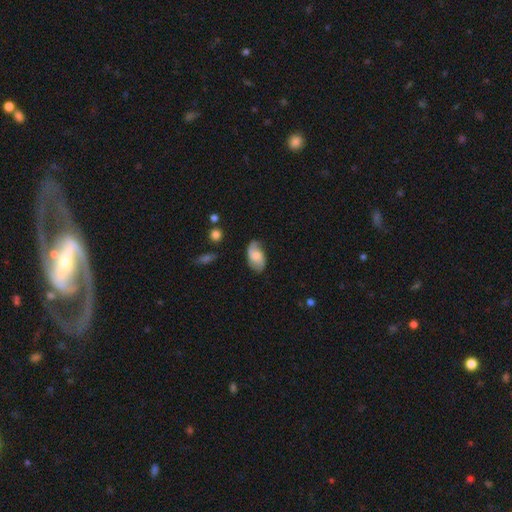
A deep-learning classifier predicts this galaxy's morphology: Smooth or featured? Predicted: featured or disk (p=0.49). Merging? Predicted: none (p=0.69).